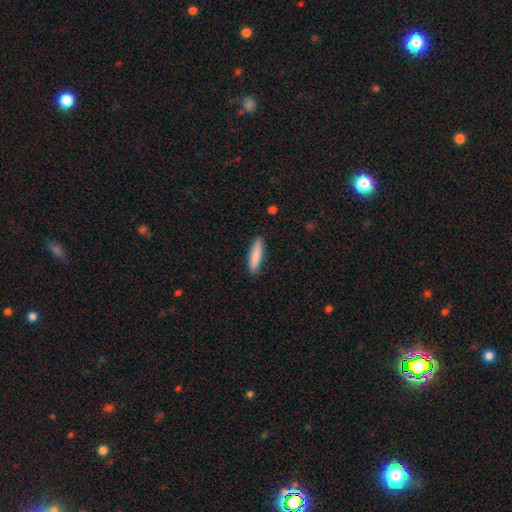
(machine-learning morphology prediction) Q: Smooth or featured?
A: smooth (87%); runner-up: featured or disk (7%)
Q: How rounded?
A: cigar-shaped (74%); runner-up: in between (24%)
Q: Merging?
A: none (88%); runner-up: minor disturbance (9%)